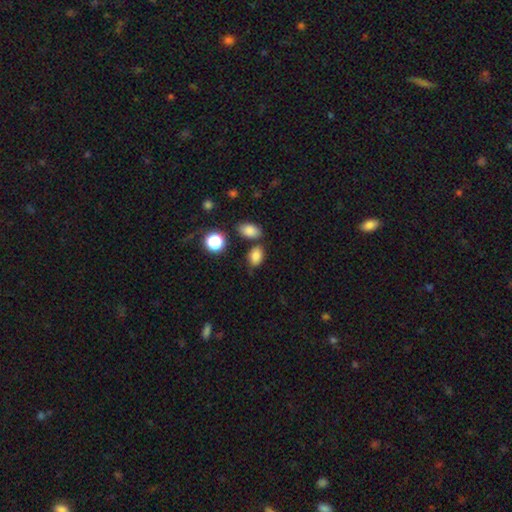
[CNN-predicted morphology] Smooth or featured? Predicted: smooth (p=0.82). How rounded? Predicted: in between (p=0.82). Merging? Predicted: none (p=0.70).